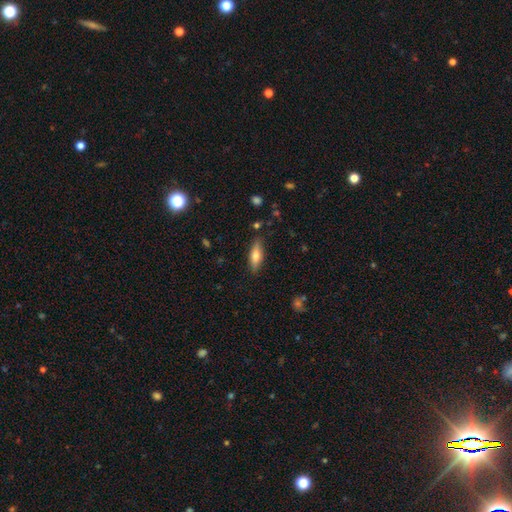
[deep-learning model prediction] This appears to be a smooth galaxy with no disk features (61%) that is in between round and cigar-shaped (51%). Merging: none (84%).